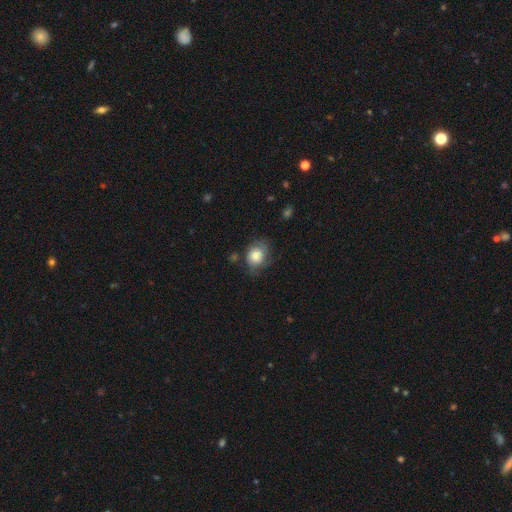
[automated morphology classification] smooth_or_featured: smooth (p=0.63) [alt: featured or disk p=0.28]
how_rounded: round (p=0.55) [alt: in between p=0.44]
merging: none (p=0.55) [alt: minor disturbance p=0.29]